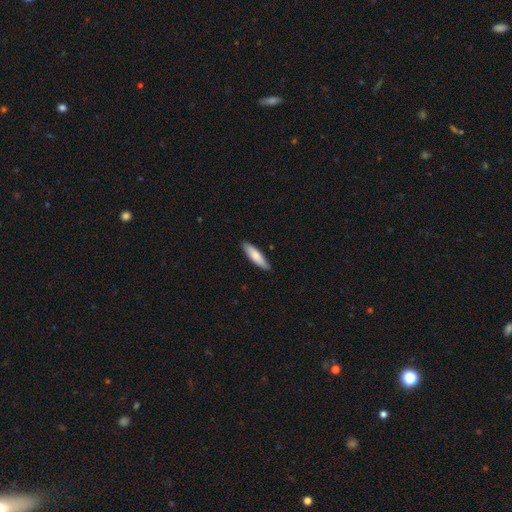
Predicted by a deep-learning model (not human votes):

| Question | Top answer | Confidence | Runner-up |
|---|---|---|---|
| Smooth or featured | smooth | 73% | featured or disk (22%) |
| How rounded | cigar-shaped | 68% | in between (30%) |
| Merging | none | 88% | minor disturbance (10%) |